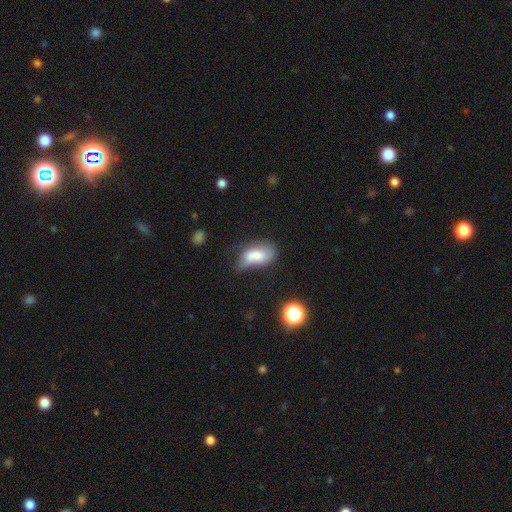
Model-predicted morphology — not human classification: smooth_or_featured: smooth (p=0.68) [alt: featured or disk p=0.22]
how_rounded: in between (p=0.89) [alt: round p=0.07]
merging: minor disturbance (p=0.33) [alt: major disturbance p=0.26]